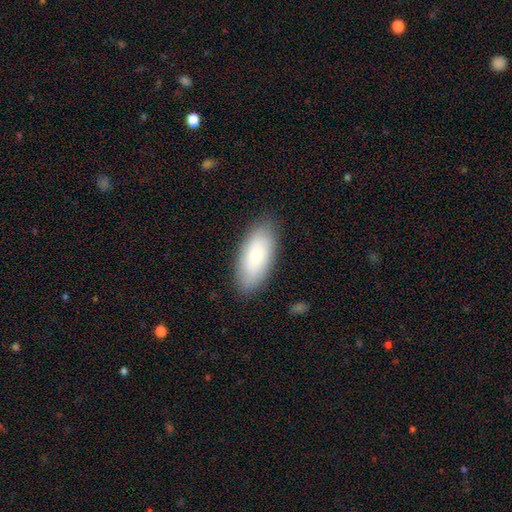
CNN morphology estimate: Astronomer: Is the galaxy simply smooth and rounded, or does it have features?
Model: smooth — 73%.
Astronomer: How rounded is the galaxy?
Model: in between — 88%.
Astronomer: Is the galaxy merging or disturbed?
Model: none — 85%.